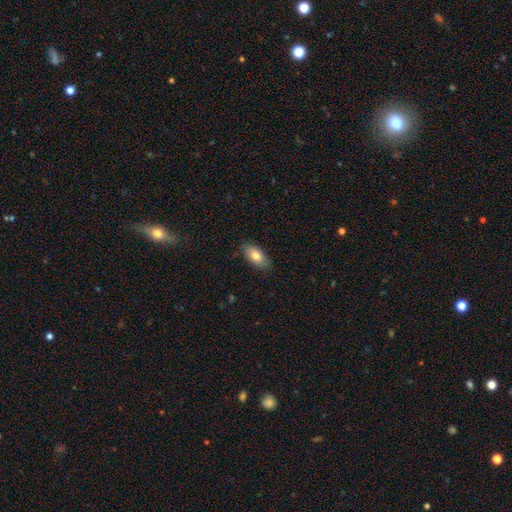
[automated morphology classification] Q: Smooth or featured?
A: smooth (79%); runner-up: featured or disk (15%)
Q: How rounded?
A: in between (90%); runner-up: cigar-shaped (7%)
Q: Merging?
A: none (85%); runner-up: minor disturbance (12%)